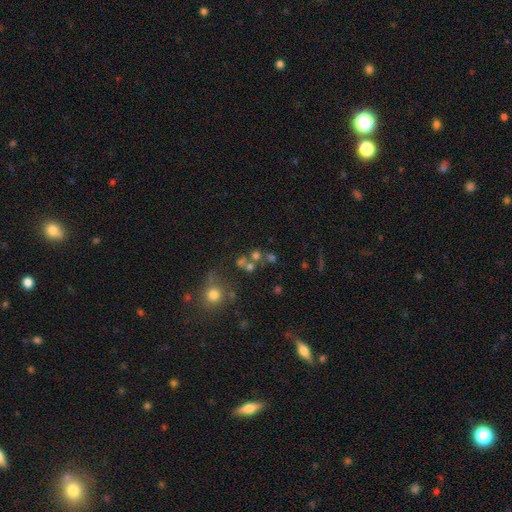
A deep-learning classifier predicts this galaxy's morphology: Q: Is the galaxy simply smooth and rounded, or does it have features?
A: smooth — 54%.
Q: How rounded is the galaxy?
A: round — 83%.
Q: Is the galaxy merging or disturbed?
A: none — 52%.